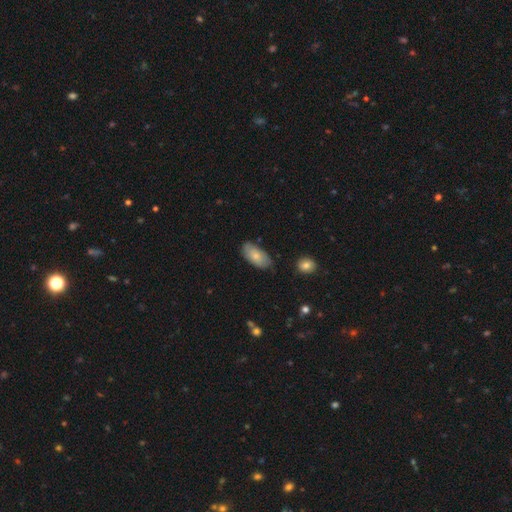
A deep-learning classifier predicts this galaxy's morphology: A smooth galaxy with no disk features (75%) that is in between round and cigar-shaped (93%).

Vote fractions:
- Smooth or featured? smooth: 75% / featured or disk: 19% / star or artifact: 6%
- How rounded? in between: 93% / cigar-shaped: 4% / round: 3%
- Merging? none: 74% / minor disturbance: 20% / major disturbance: 3% / merger: 2%